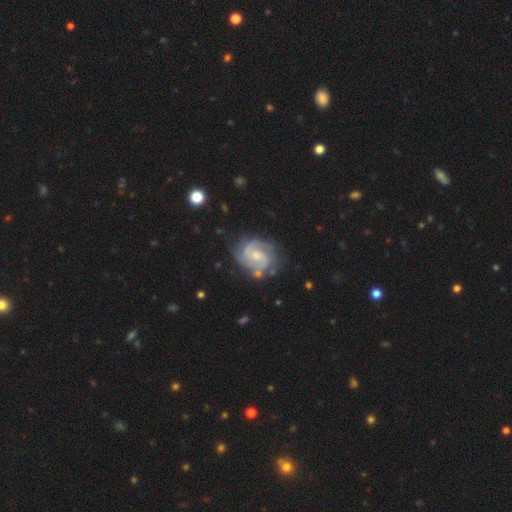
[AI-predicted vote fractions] A featured or disk galaxy (87%) with no bar (46%), 2 (66%) medium (48%) spiral arms (97%) and a small central bulge (54%). Merging: none (69%).